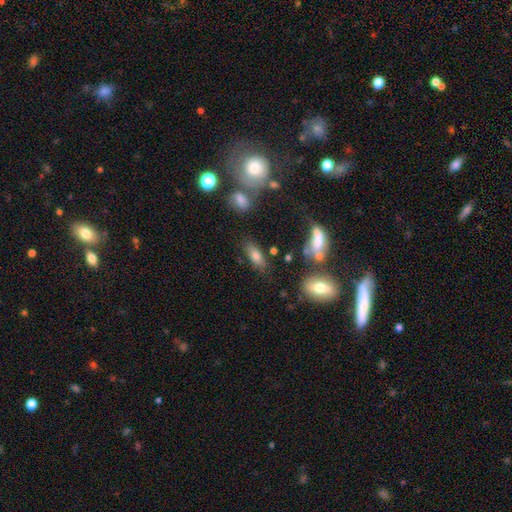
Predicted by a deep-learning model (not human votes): A smooth galaxy with no disk features (72%) that is in between round and cigar-shaped (76%).

Vote fractions:
- Smooth or featured? smooth: 72% / featured or disk: 16% / star or artifact: 12%
- How rounded? in between: 76% / cigar-shaped: 18% / round: 5%
- Merging? none: 72% / minor disturbance: 15% / merger: 7% / major disturbance: 6%